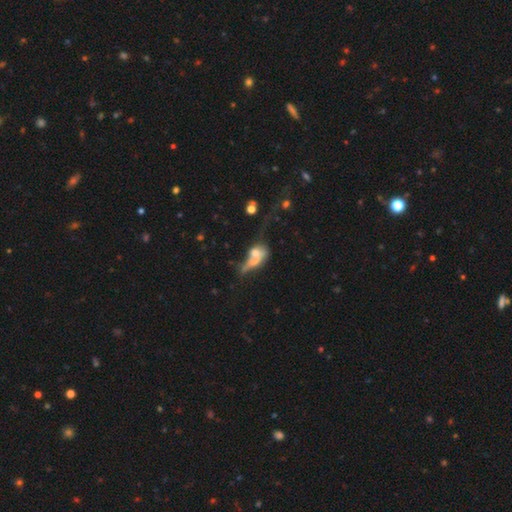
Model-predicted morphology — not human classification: smooth_or_featured: smooth (p=0.51) [alt: featured or disk p=0.37]
how_rounded: in between (p=0.59) [alt: round p=0.26]
merging: merger (p=0.51) [alt: major disturbance p=0.23]